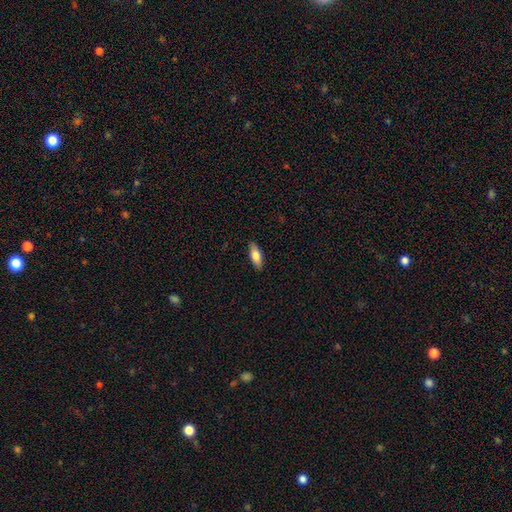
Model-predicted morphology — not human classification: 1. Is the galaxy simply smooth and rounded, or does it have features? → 80% smooth, 14% featured or disk, 6% star or artifact.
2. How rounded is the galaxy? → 73% in between, 25% cigar-shaped, 2% round.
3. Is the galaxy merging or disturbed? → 88% none, 9% minor disturbance, 2% major disturbance, 1% merger.